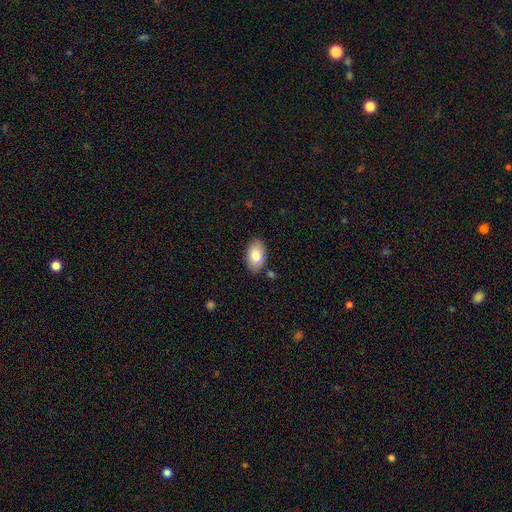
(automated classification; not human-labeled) Smooth or featured? Predicted: smooth (p=0.80). How rounded? Predicted: in between (p=0.93). Merging? Predicted: none (p=0.82).